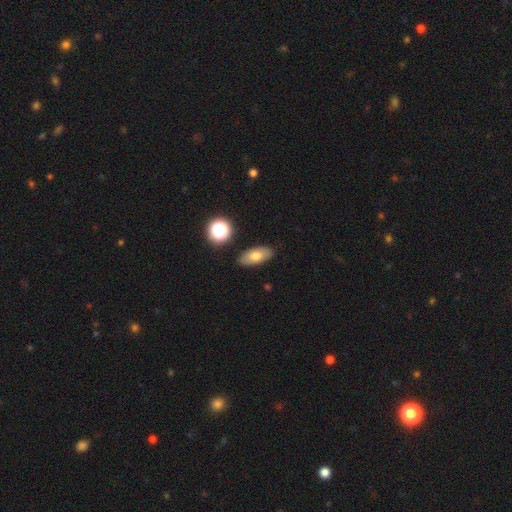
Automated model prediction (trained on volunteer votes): Smooth or featured? Predicted: smooth (p=0.72). How rounded? Predicted: in between (p=0.84). Merging? Predicted: none (p=0.86).